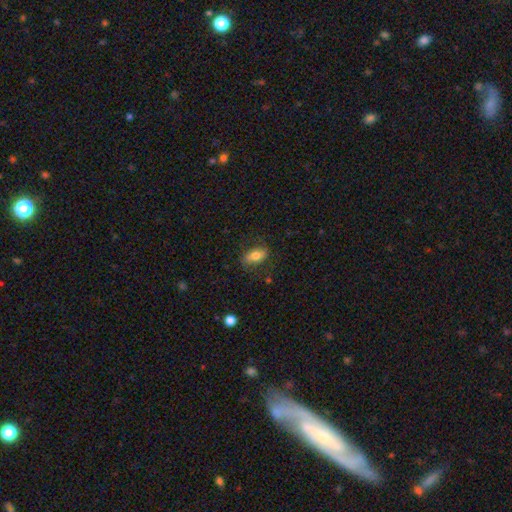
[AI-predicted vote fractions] Smooth or featured? smooth (71%)
How rounded? in between (87%)
Merging? none (78%)